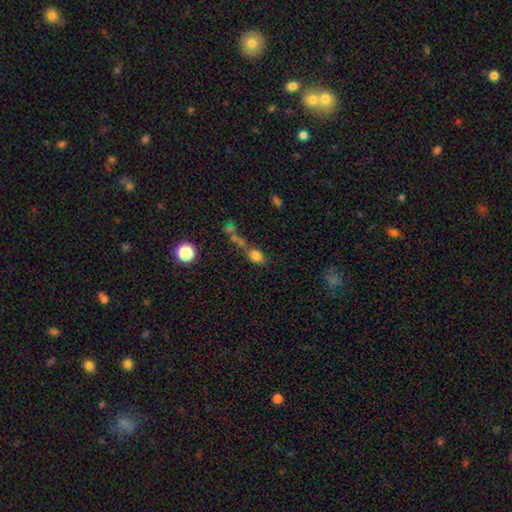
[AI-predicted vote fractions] Smooth or featured? Predicted: smooth (p=0.74). How rounded? Predicted: in between (p=0.59). Merging? Predicted: merger (p=0.38, tied with none).